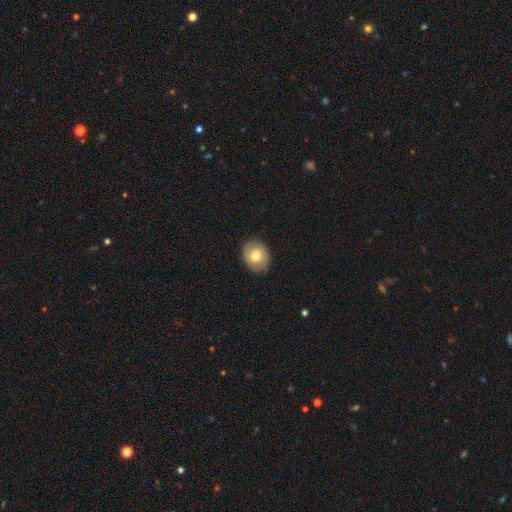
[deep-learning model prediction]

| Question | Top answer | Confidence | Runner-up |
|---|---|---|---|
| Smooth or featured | smooth | 66% | featured or disk (27%) |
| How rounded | in between | 50% | round (49%) |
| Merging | none | 85% | minor disturbance (11%) |